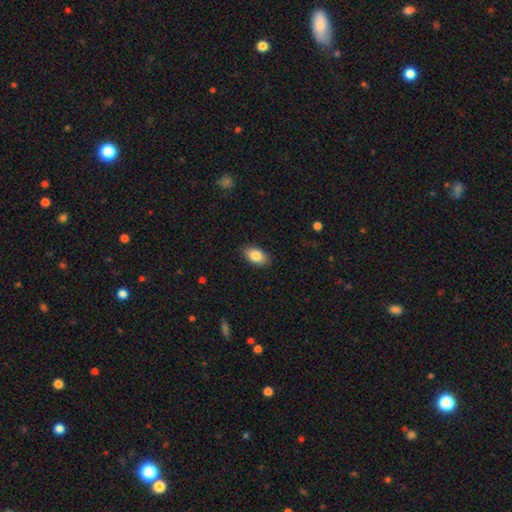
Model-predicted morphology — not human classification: Smooth or featured?
  - smooth: 85% *
  - featured or disk: 8%
  - star or artifact: 7%
How rounded?
  - in between: 91% *
  - round: 8%
  - cigar-shaped: 2%
Merging?
  - none: 88% *
  - minor disturbance: 9%
  - major disturbance: 2%
  - merger: 1%